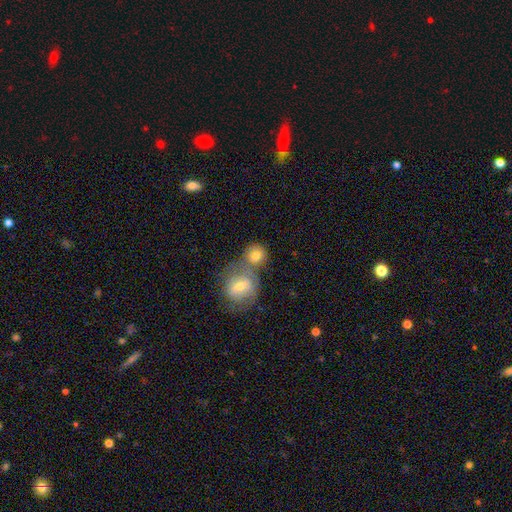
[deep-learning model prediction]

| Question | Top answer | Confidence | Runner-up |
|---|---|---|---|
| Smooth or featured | smooth | 73% | featured or disk (19%) |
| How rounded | round | 85% | in between (14%) |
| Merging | merger | 45% | none (41%) |